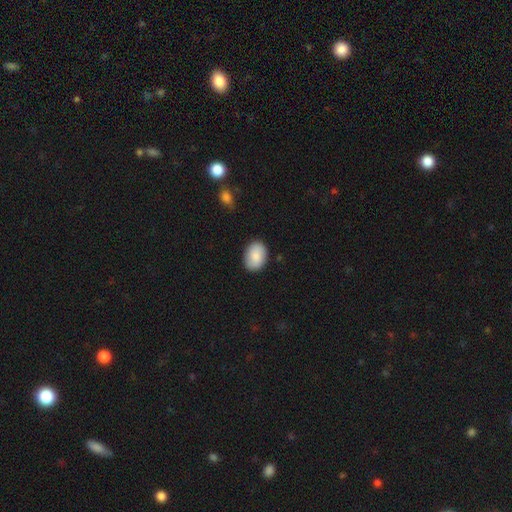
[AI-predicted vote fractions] Smooth or featured?
  - smooth: 86% *
  - featured or disk: 8%
  - star or artifact: 6%
How rounded?
  - in between: 76% *
  - round: 23%
  - cigar-shaped: 1%
Merging?
  - none: 86% *
  - minor disturbance: 11%
  - major disturbance: 2%
  - merger: 1%